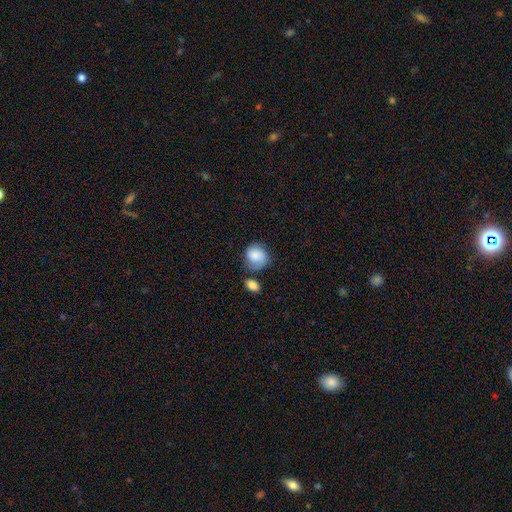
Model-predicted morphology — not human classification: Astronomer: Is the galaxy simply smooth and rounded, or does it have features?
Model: smooth — 66%.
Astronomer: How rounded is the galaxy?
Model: round — 71%.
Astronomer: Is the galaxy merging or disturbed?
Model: none — 50% (runner-up: minor disturbance, 25%).